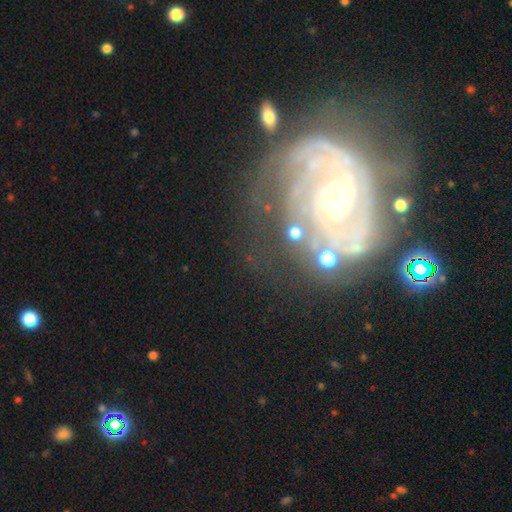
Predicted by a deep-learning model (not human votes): Q: Smooth or featured?
A: featured or disk (88%); runner-up: star or artifact (7%)
Q: Edge-on disk?
A: no (97%); runner-up: yes (3%)
Q: Bar?
A: no (68%); runner-up: weak (23%)
Q: Spiral arms?
A: yes (96%); runner-up: no (4%)
Q: Spiral winding?
A: tight (74%); runner-up: medium (22%)
Q: Spiral arm count?
A: 2 (27%); tied with: can't tell (27%)
Q: Bulge size?
A: moderate (57%); runner-up: small (36%)
Q: Merging?
A: none (62%); runner-up: minor disturbance (19%)